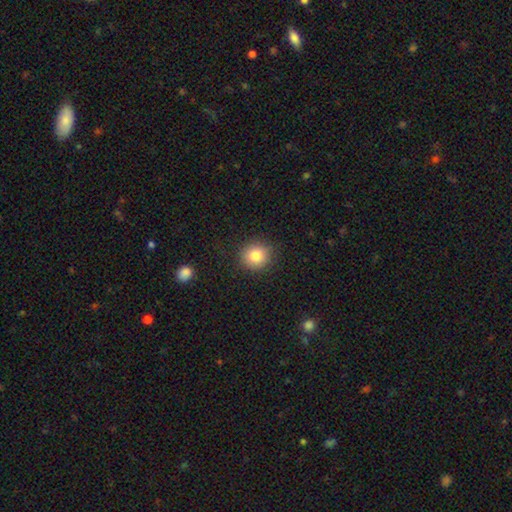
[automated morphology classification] This is clearly a smooth galaxy (82%). How rounded: clearly round (89%). Merging: clearly none (90%).